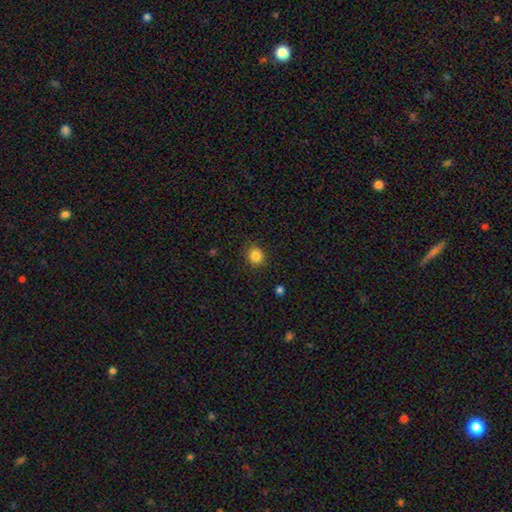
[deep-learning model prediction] Morphology: type=smooth (85%); roundness=round (81%); merging=none (87%).